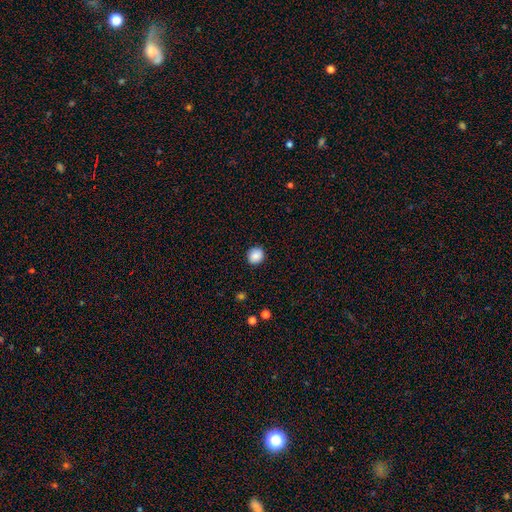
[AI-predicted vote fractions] A smooth galaxy with no disk features (87%) that is round (81%). Merging: none (89%).